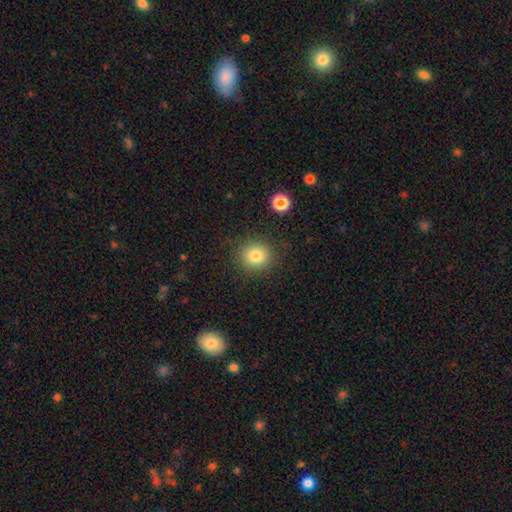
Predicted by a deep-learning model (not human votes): Smooth or featured?
  - smooth: 80% *
  - star or artifact: 12%
  - featured or disk: 8%
How rounded?
  - round: 89% *
  - in between: 10%
  - cigar-shaped: 1%
Merging?
  - none: 88% *
  - minor disturbance: 8%
  - major disturbance: 3%
  - merger: 2%